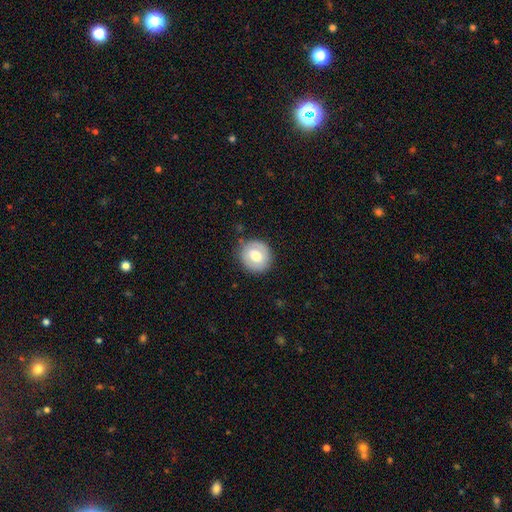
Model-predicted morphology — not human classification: Smooth or featured: smooth — 61% (featured or disk — 32%)
How rounded: round — 85% (in between — 14%)
Merging: none — 84% (minor disturbance — 12%)